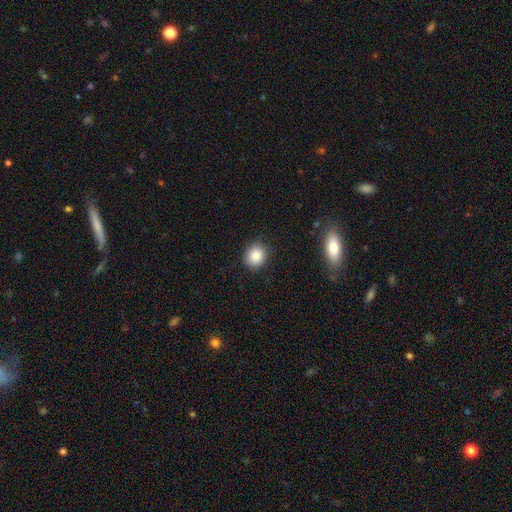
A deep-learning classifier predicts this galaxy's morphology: smooth-or-featured: smooth: 85% | star or artifact: 10% | featured or disk: 6%
  how-rounded: round: 70% | in between: 29% | cigar-shaped: 1%
  merging: none: 88% | minor disturbance: 9% | major disturbance: 2% | merger: 1%